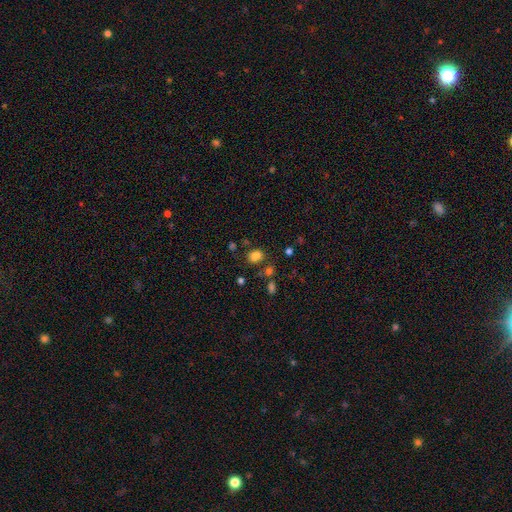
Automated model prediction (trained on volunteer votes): smooth_or_featured: smooth (p=0.80) [alt: star or artifact p=0.14]
how_rounded: in between (p=0.51) [alt: round p=0.48]
merging: none (p=0.75) [alt: minor disturbance p=0.13]